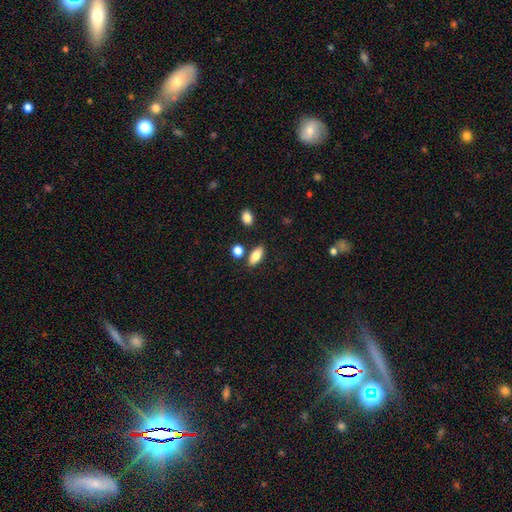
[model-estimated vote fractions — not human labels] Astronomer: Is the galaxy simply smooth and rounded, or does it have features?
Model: smooth — 81%.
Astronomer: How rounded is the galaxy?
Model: in between — 84%.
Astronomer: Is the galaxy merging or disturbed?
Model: none — 79%.